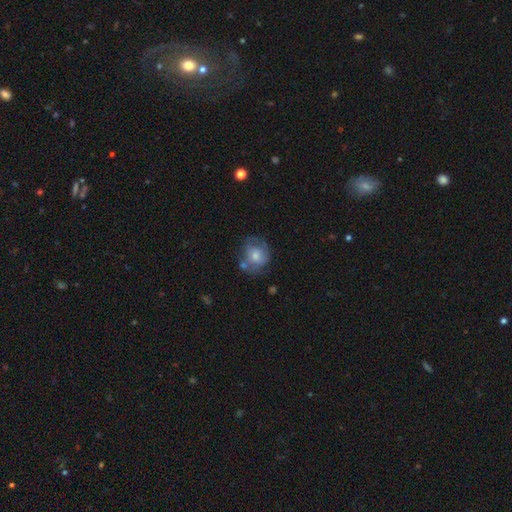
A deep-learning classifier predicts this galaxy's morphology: Smooth or featured? smooth (58%)
How rounded? round (71%)
Merging? none (50%)